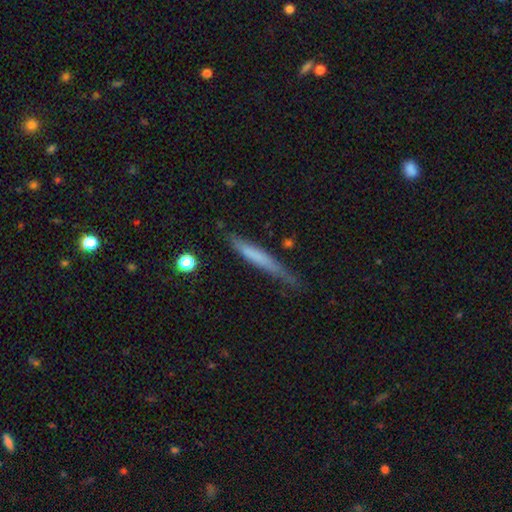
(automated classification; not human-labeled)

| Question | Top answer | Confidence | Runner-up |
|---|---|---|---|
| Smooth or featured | smooth | 60% | featured or disk (34%) |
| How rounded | cigar-shaped | 94% | in between (4%) |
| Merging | none | 71% | minor disturbance (21%) |